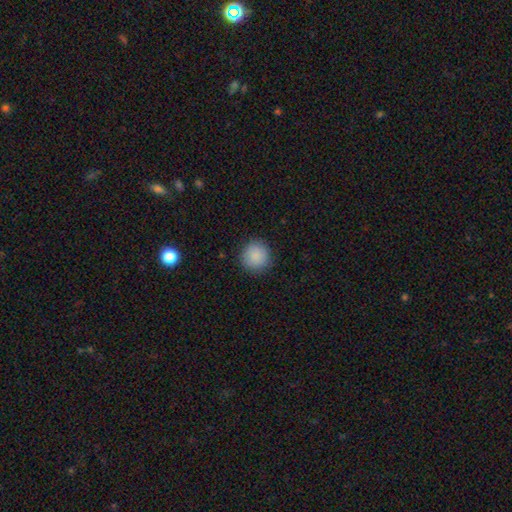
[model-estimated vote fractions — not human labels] Morphology: type=smooth (88%); roundness=round (94%); merging=none (90%).